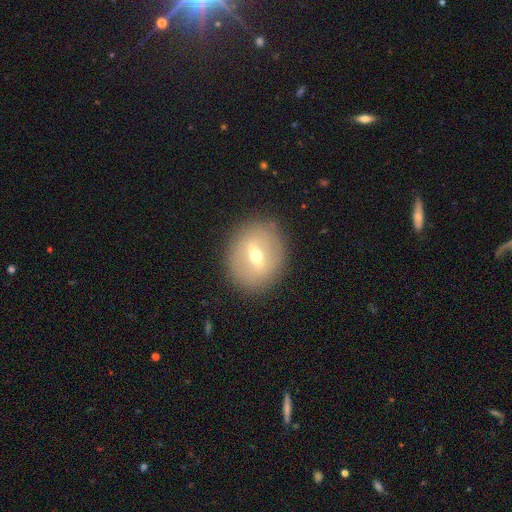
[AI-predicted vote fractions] Smooth or featured? featured or disk (55%)
Edge-on disk? no (85%)
Merging? none (87%)